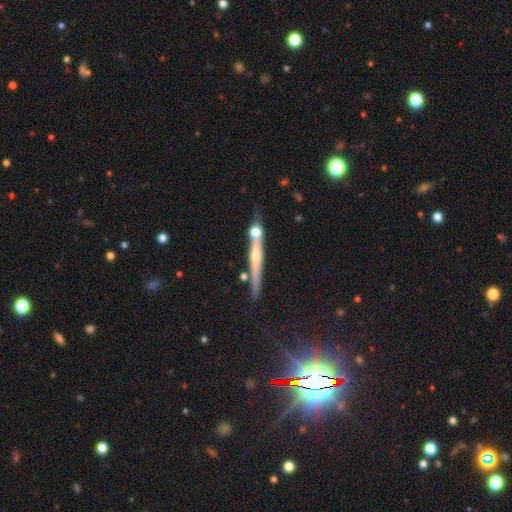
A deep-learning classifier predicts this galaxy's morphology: featured or disk 65%, smooth 27%, star or artifact 8%. Down the decision tree: edge-on disk — yes (95%); edge-on bulge — rounded (72%); merging — none (72%).